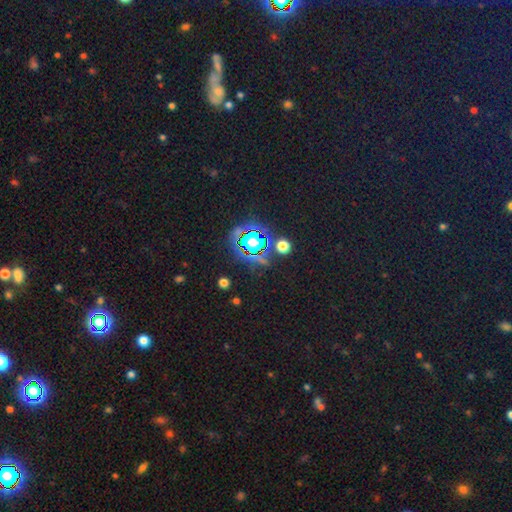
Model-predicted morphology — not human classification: This is likely a star or artifact rather than a galaxy (75%).